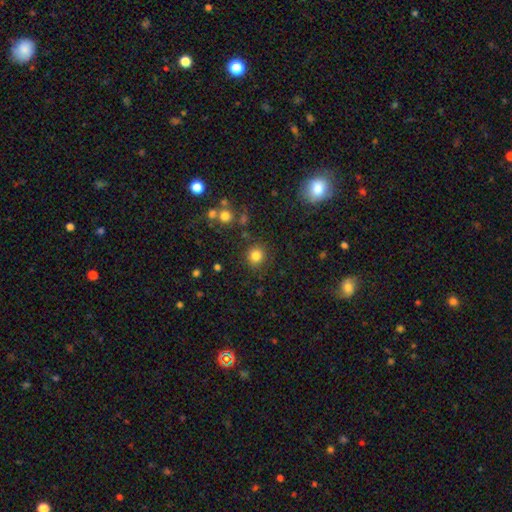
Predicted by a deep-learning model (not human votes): Overall: smooth (82%). How rounded: round (90%). Merging: none (87%).